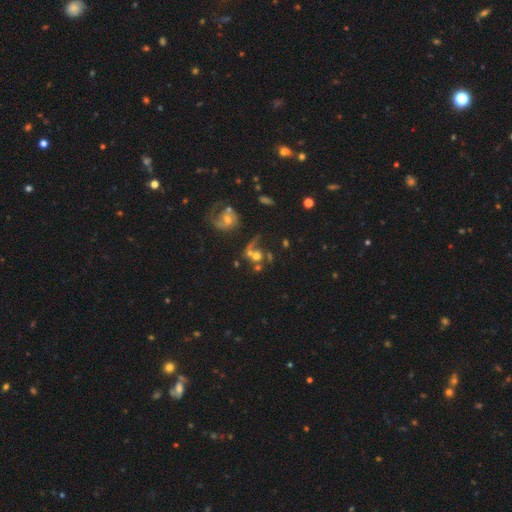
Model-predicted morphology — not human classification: Smooth or featured? Predicted: smooth (p=0.50). Merging? Predicted: merger (p=0.46).